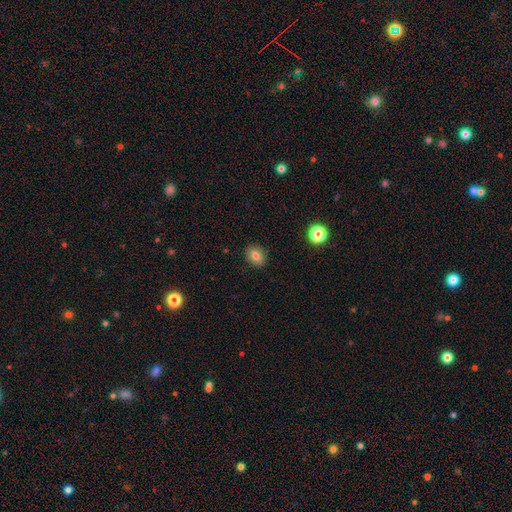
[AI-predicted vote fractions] A smooth galaxy with no disk features (80%) that is in between round and cigar-shaped (54%). Merging: none (89%).